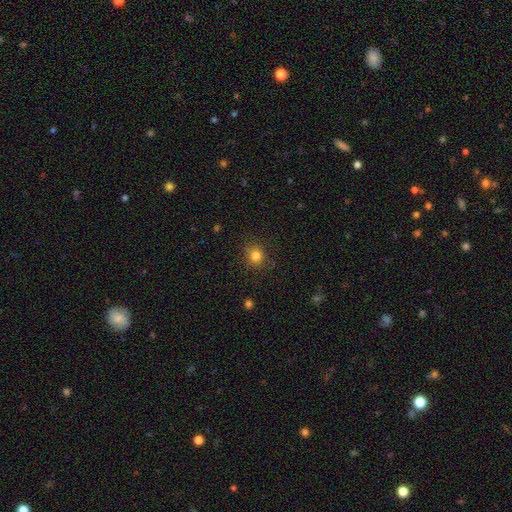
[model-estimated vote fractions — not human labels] A smooth galaxy with no disk features (82%) that is round (85%). Merging: none (85%).